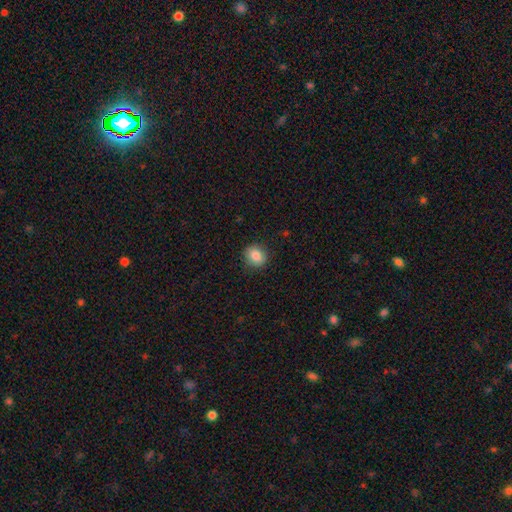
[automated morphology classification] A smooth galaxy with no disk features (85%) that is round (75%). Merging: none (89%).